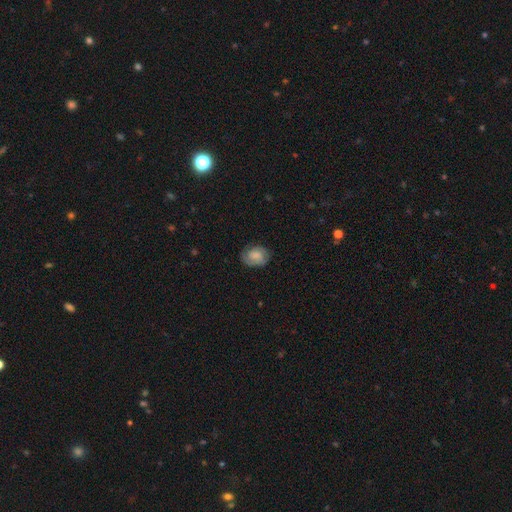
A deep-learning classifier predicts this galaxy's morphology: A smooth galaxy with no disk features (54%) that is in between round and cigar-shaped (66%). Merging: none (75%).